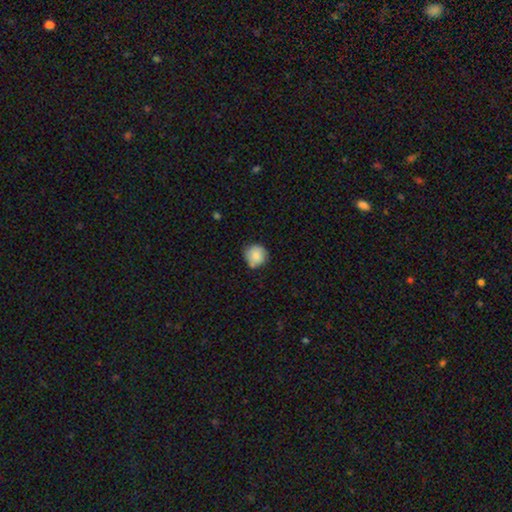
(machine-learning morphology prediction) Smooth or featured: smooth — 84% (featured or disk — 9%)
How rounded: round — 90% (in between — 9%)
Merging: none — 70% (minor disturbance — 22%)